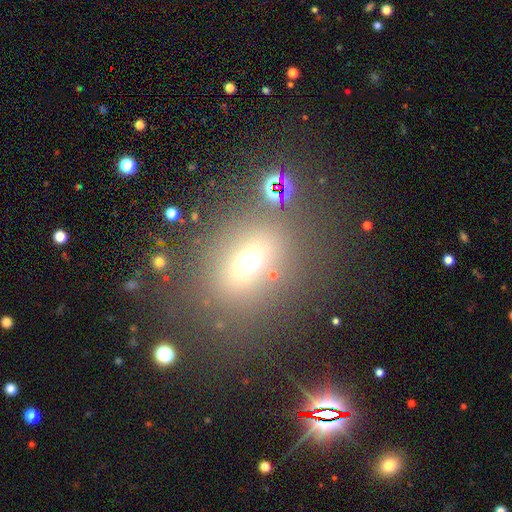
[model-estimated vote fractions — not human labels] The model was most divided on "smooth or featured": smooth: 52%, star or artifact: 30%, featured or disk: 18%. More confident: merging — none (76%); how rounded — in between (65%).